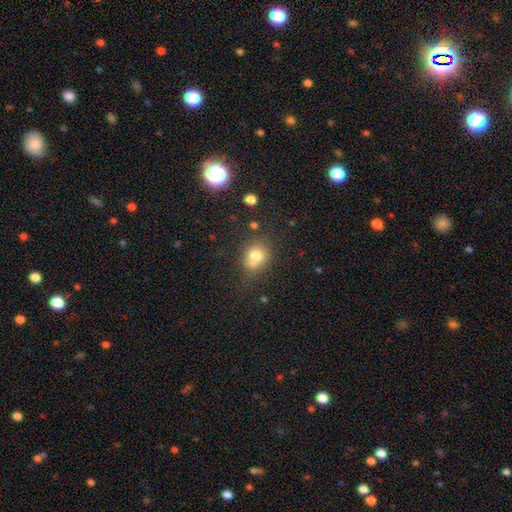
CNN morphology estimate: type=smooth (72%); roundness=round (70%); merging=none (48%).